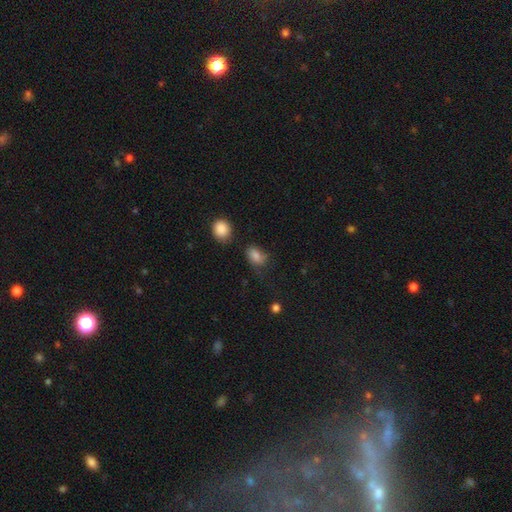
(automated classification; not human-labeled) Smooth or featured?
  - smooth: 81% *
  - star or artifact: 11%
  - featured or disk: 8%
How rounded?
  - in between: 76% *
  - round: 23%
  - cigar-shaped: 2%
Merging?
  - none: 51% *
  - minor disturbance: 29%
  - major disturbance: 14%
  - merger: 6%